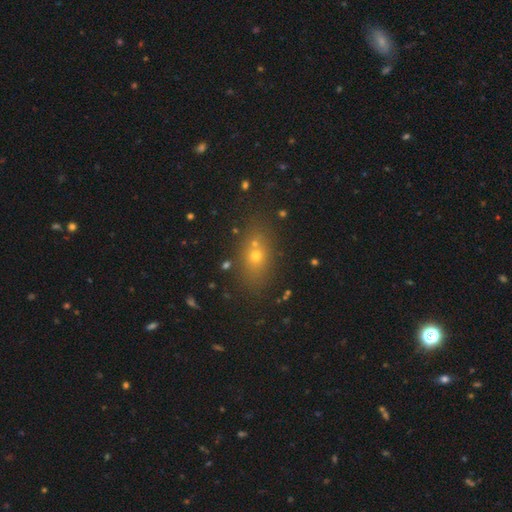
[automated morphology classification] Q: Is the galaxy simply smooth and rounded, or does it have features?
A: smooth — 58%.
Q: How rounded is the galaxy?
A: in between — 55%.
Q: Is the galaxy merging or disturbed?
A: none — 68%.